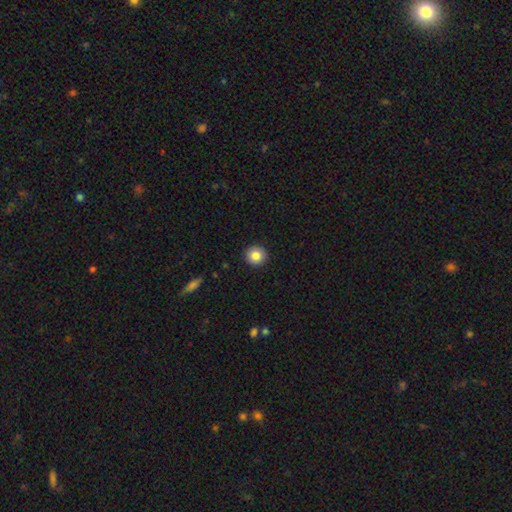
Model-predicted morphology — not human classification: Smooth or featured?
  - smooth: 84% *
  - star or artifact: 9%
  - featured or disk: 7%
How rounded?
  - round: 93% *
  - in between: 6%
  - cigar-shaped: 1%
Merging?
  - none: 92% *
  - minor disturbance: 5%
  - major disturbance: 2%
  - merger: 1%